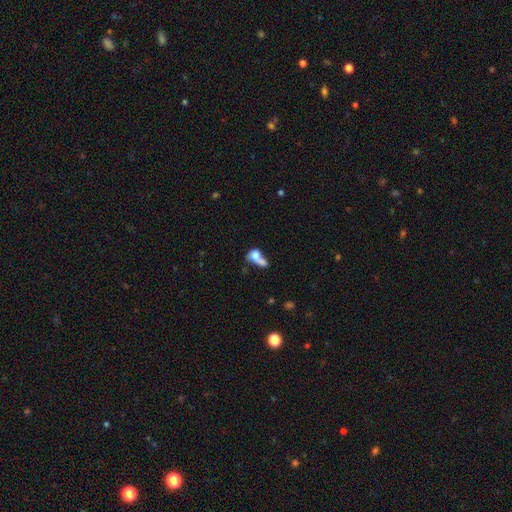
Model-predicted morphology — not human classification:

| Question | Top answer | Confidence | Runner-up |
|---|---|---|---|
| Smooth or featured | smooth | 65% | featured or disk (25%) |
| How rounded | in between | 60% | round (34%) |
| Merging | merger | 63% | none (15%) |